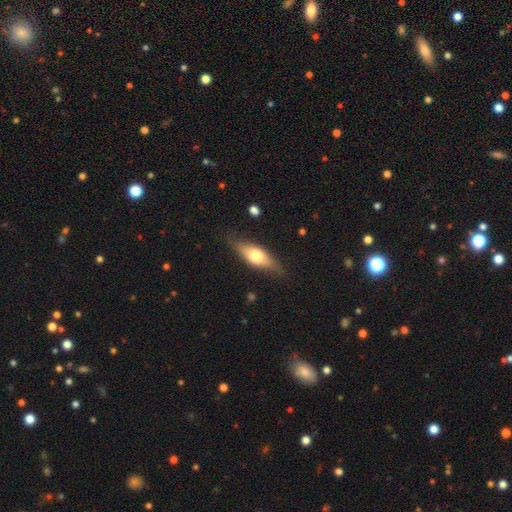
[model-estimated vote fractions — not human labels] A smooth galaxy with no disk features (59%) that is in between round and cigar-shaped (66%). Merging: none (78%).